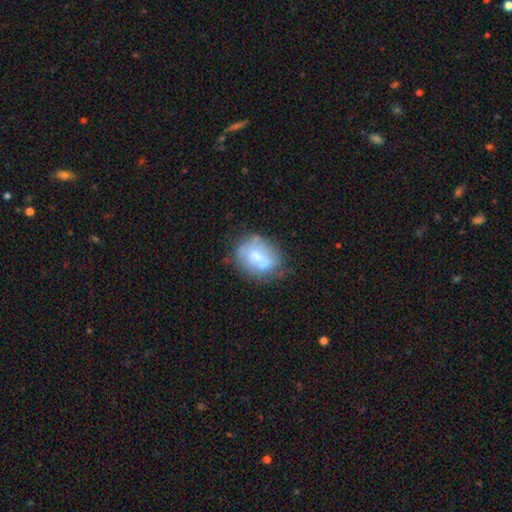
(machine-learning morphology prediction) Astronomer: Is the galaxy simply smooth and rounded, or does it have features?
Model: smooth — 57% (runner-up: featured or disk, 35%).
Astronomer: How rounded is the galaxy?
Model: in between — 53% (runner-up: round, 45%).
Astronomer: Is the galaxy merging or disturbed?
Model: none — 53% (runner-up: minor disturbance, 29%).